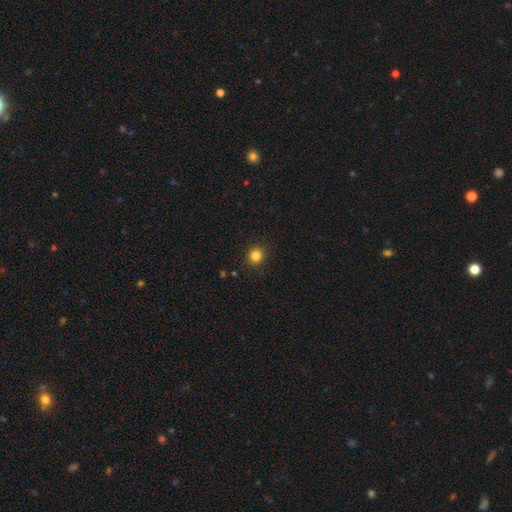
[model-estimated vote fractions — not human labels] A smooth galaxy with no disk features (83%) that is round (81%). Merging: none (90%).